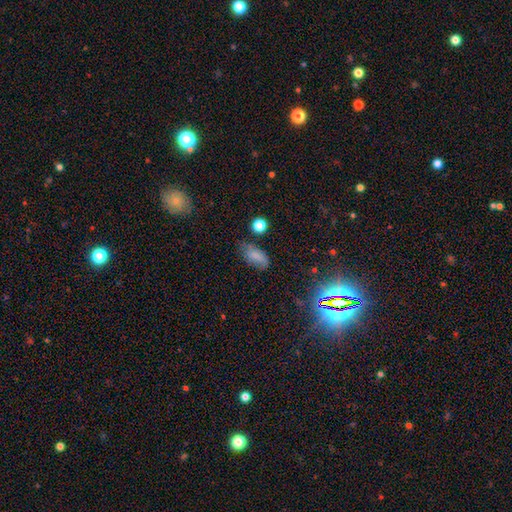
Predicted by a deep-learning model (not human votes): Smooth or featured? smooth (76%)
How rounded? in between (88%)
Merging? none (62%)